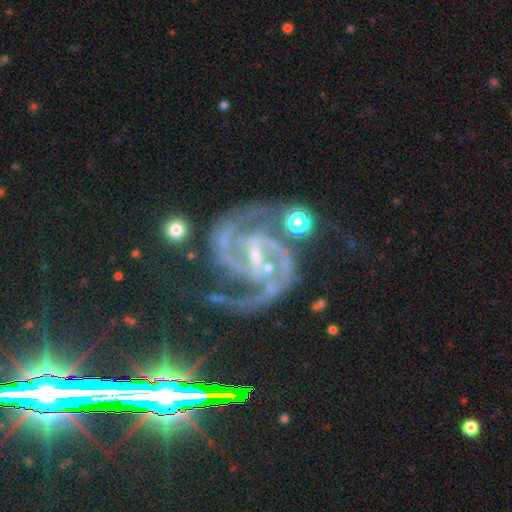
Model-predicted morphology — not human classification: Overall: featured or disk (91%). Edge-on disk: no (98%). Bar: strong (55%; weak 33%). Spiral arms: yes (99%). Spiral arm count: 2 (83%). Spiral winding: medium (59%; tight 32%). Bulge size: small (75%). Merging: none (63%).